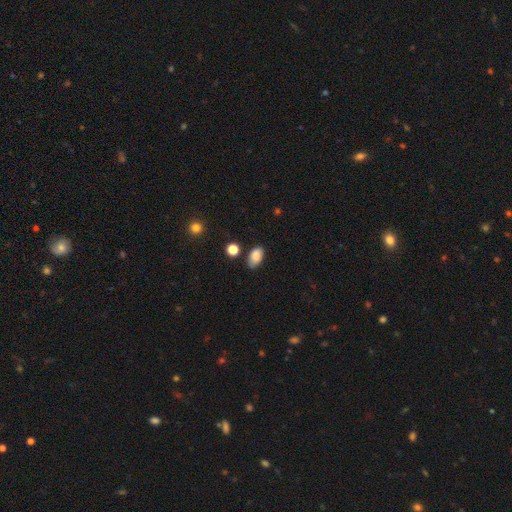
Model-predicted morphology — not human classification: This is clearly a smooth galaxy (85%). How rounded: clearly in between (92%). Merging: likely none (71%).